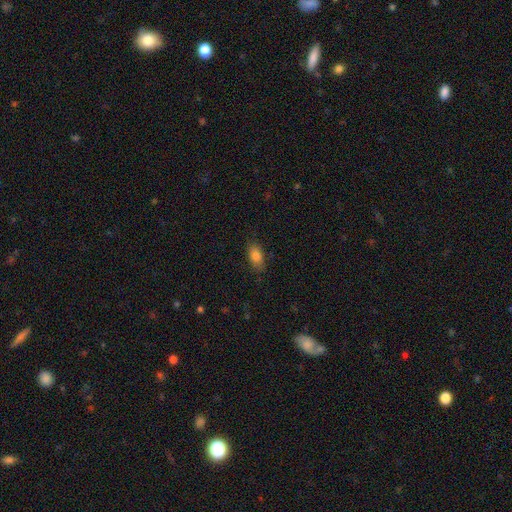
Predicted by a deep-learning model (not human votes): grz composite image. It shows a smooth galaxy with no disk features (84%) that is in between round and cigar-shaped (89%). Merging: none (83%).